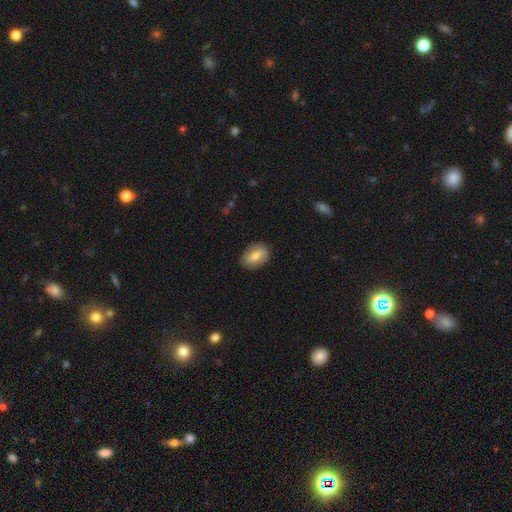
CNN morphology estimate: Overall: smooth (68%). How rounded: in between (82%). Merging: none (84%).